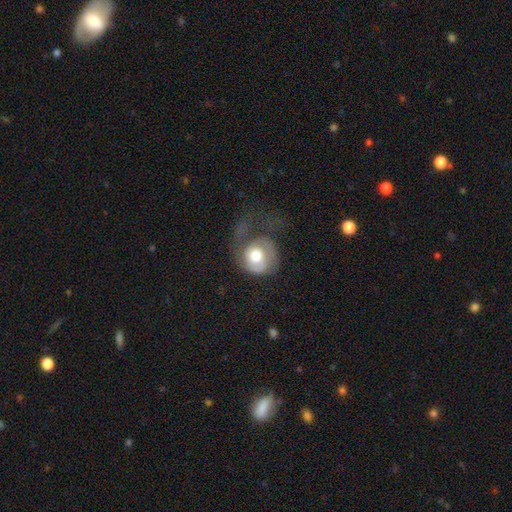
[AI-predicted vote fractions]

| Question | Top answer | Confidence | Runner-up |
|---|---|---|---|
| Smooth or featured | featured or disk | 53% | smooth (40%) |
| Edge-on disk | no | 97% | yes (3%) |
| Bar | no | 75% | weak (21%) |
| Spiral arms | yes | 76% | no (24%) |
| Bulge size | moderate | 60% | large (30%) |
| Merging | major disturbance | 48% | none (28%) |